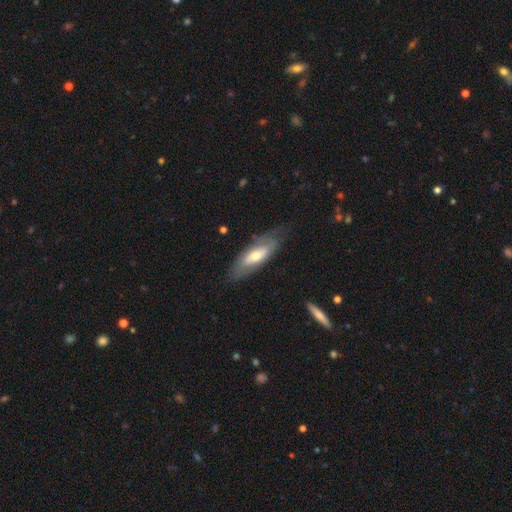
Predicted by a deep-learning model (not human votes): Smooth or featured? Predicted: featured or disk (p=0.51). Edge-on disk? Predicted: no (p=0.72). Merging? Predicted: none (p=0.70).